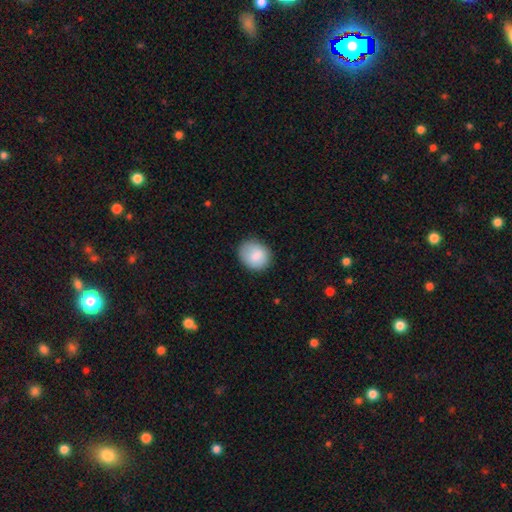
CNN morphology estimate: This is clearly a smooth galaxy (84%). How rounded: likely round (63%). Merging: clearly none (82%).